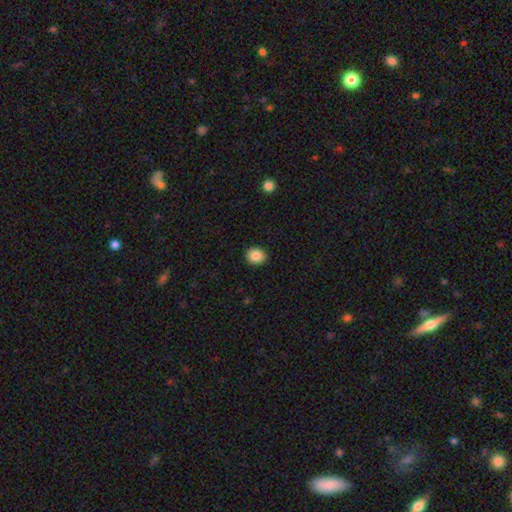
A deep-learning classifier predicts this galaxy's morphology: type=smooth (86%); roundness=round (72%); merging=none (91%).